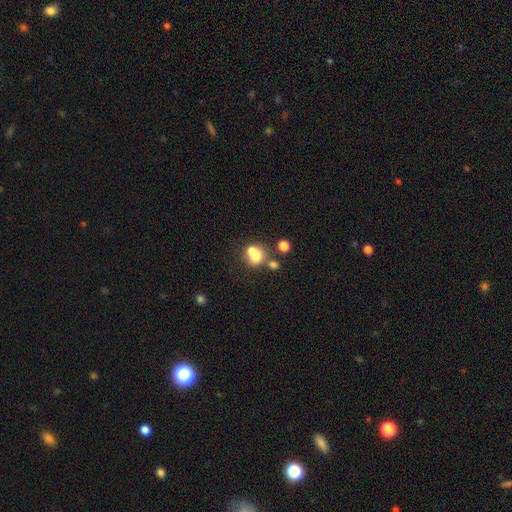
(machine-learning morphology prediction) A smooth galaxy with no disk features (65%) that is round (72%).

Vote fractions:
- Smooth or featured? smooth: 65% / featured or disk: 21% / star or artifact: 13%
- How rounded? round: 72% / in between: 27% / cigar-shaped: 1%
- Merging? merger: 55% / none: 34% / minor disturbance: 7% / major disturbance: 4%